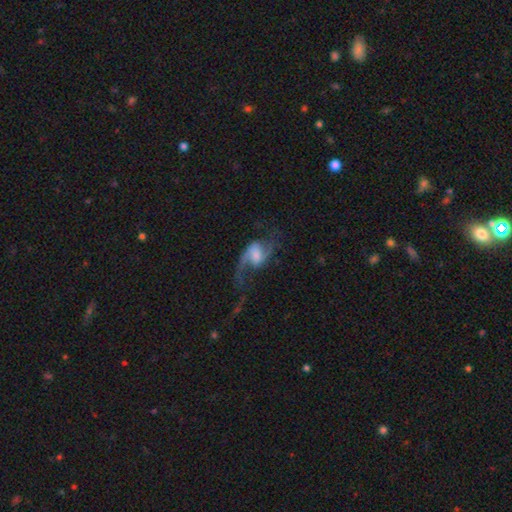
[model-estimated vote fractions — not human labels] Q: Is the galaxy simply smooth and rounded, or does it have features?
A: featured or disk — 80%.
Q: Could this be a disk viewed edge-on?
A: no — 97%.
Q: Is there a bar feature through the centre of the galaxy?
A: weak — 44%.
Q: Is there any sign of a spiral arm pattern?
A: yes — 94%.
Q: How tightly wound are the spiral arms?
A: loose — 77%.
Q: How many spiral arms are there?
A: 2 — 85%.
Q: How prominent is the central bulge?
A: moderate — 35%.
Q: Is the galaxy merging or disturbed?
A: none — 49%.